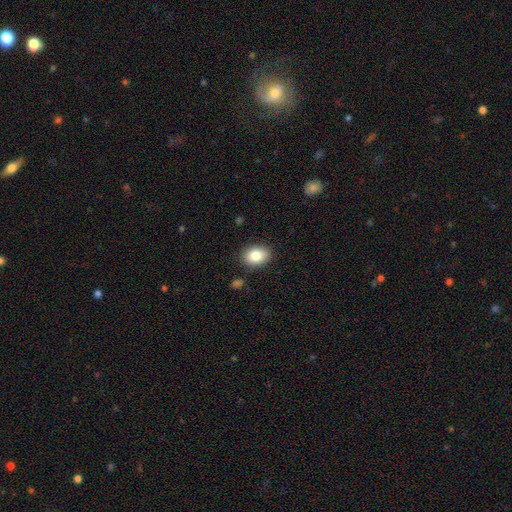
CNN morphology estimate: Smooth or featured?
  - smooth: 83% *
  - featured or disk: 8%
  - star or artifact: 8%
How rounded?
  - in between: 67% *
  - round: 32%
  - cigar-shaped: 1%
Merging?
  - none: 87% *
  - minor disturbance: 9%
  - major disturbance: 2%
  - merger: 2%